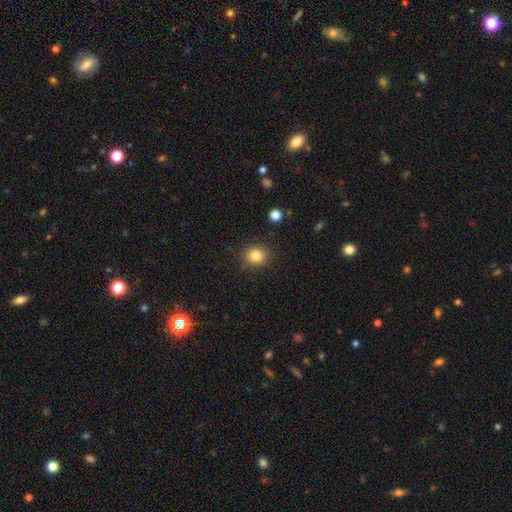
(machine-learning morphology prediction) type=smooth (83%); roundness=round (86%); merging=none (89%).